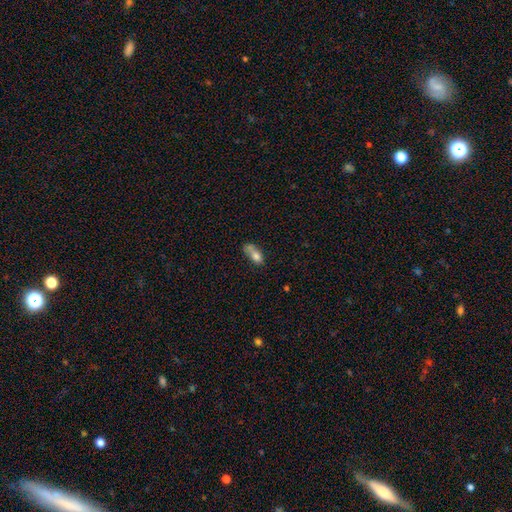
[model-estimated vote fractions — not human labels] A smooth galaxy with no disk features (73%) that is in between round and cigar-shaped (79%). Merging: none (29%).